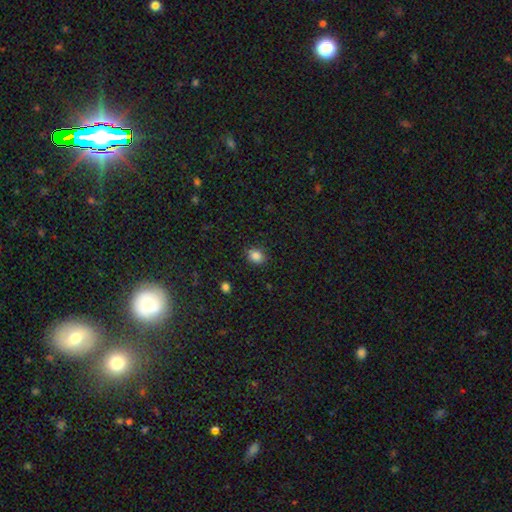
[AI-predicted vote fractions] This appears to be a smooth galaxy with no disk features (84%) that is in between round and cigar-shaped (50%). Merging: none (86%).